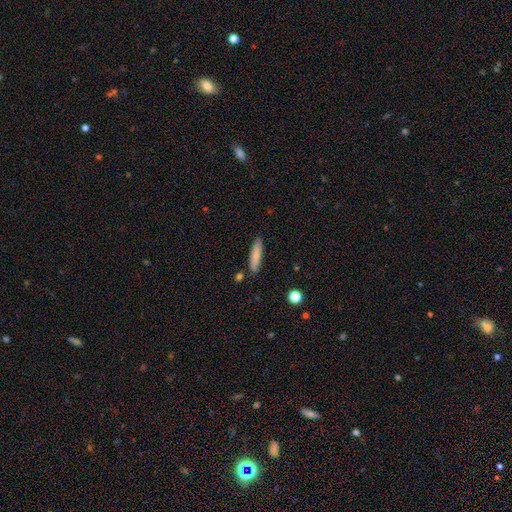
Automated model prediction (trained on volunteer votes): Smooth or featured?
  - smooth: 80% *
  - featured or disk: 13%
  - star or artifact: 7%
How rounded?
  - cigar-shaped: 76% *
  - in between: 23%
  - round: 2%
Merging?
  - none: 86% *
  - minor disturbance: 10%
  - merger: 3%
  - major disturbance: 2%